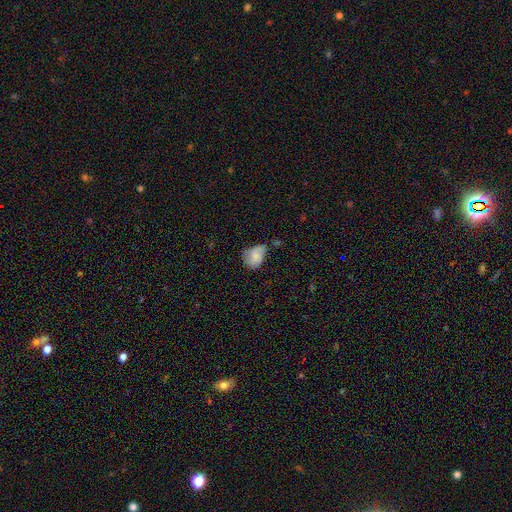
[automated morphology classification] type=smooth (73%); roundness=in between (66%); merging=minor disturbance (45%).